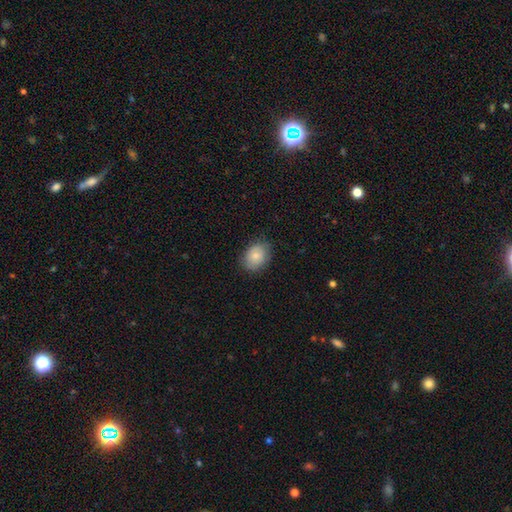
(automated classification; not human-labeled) smooth_or_featured: smooth (p=0.82) [alt: featured or disk p=0.11]
how_rounded: in between (p=0.59) [alt: round p=0.41]
merging: none (p=0.82) [alt: minor disturbance p=0.14]